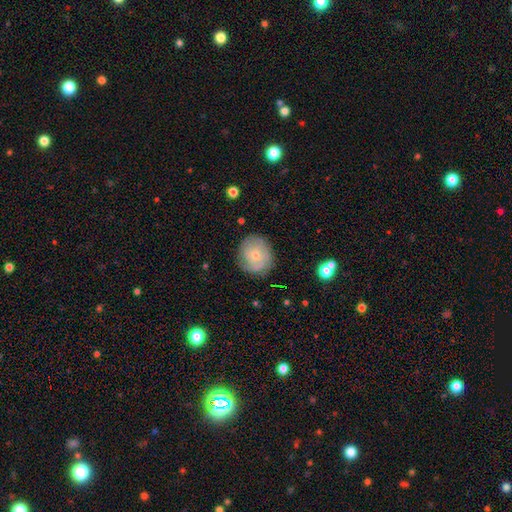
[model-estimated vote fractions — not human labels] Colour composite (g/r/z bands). It shows a smooth galaxy with no disk features (49%). Merging: none (76%).